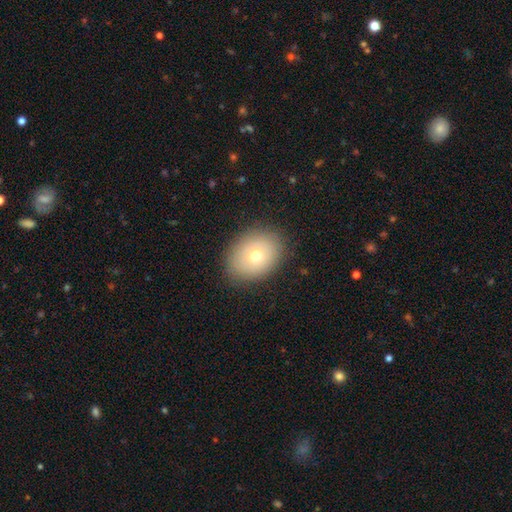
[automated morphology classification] smooth 70%, featured or disk 20%, star or artifact 10%. Down the decision tree: how rounded — in between (61%); merging — none (86%).